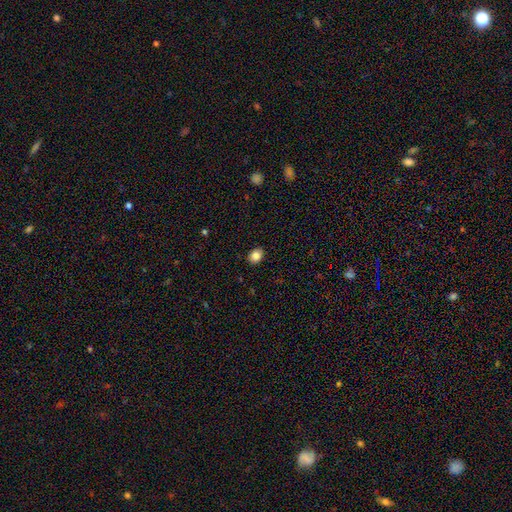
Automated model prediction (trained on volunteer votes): Smooth or featured? Predicted: smooth (p=0.85). How rounded? Predicted: in between (p=0.59). Merging? Predicted: none (p=0.89).